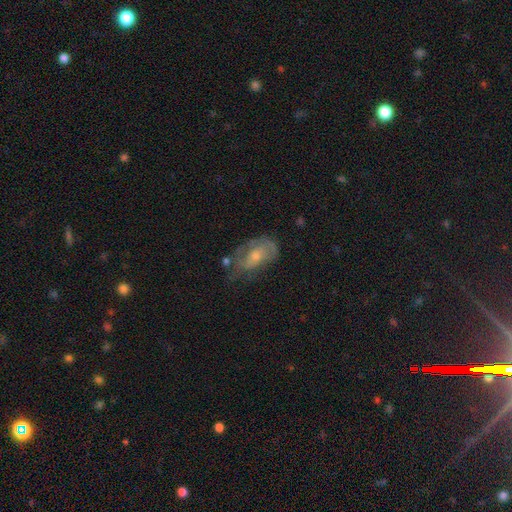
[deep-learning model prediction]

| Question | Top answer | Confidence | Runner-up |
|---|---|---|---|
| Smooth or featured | featured or disk | 61% | smooth (29%) |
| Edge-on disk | no | 94% | yes (6%) |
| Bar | no | 68% | weak (27%) |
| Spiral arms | yes | 71% | no (29%) |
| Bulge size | moderate | 47% | small (42%) |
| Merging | none | 50% | minor disturbance (28%) |